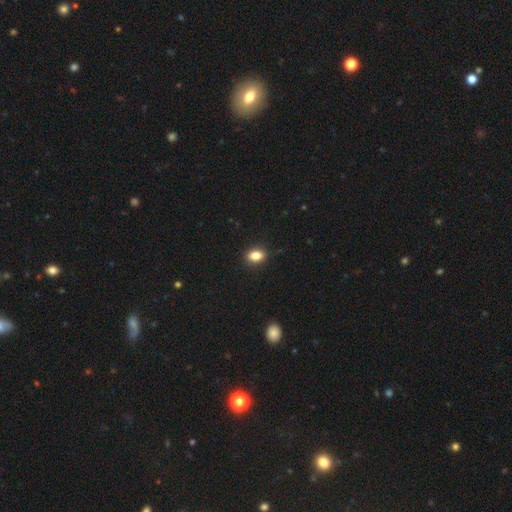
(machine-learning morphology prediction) smooth_or_featured: smooth (p=0.84) [alt: star or artifact p=0.10]
how_rounded: in between (p=0.77) [alt: round p=0.20]
merging: none (p=0.88) [alt: minor disturbance p=0.09]